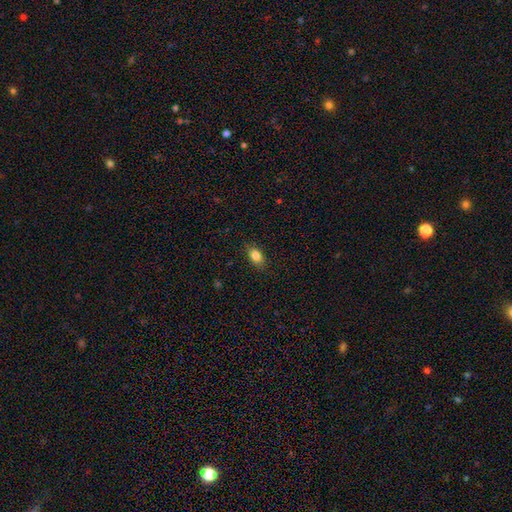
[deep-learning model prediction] Morphology: type=smooth (84%); roundness=in between (85%); merging=none (86%).